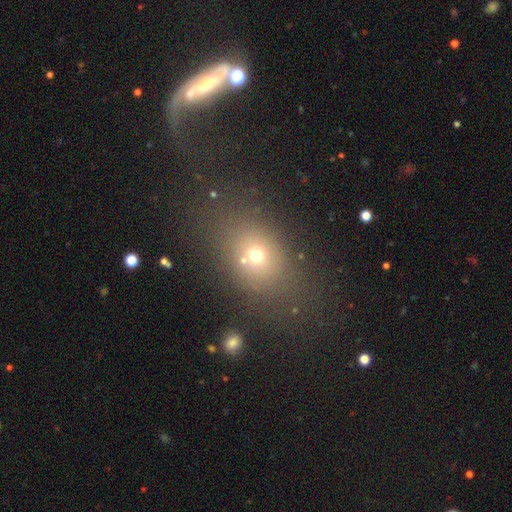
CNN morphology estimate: This is likely a smooth galaxy (66%). How rounded: possibly in between (56%). Merging: likely none (68%).